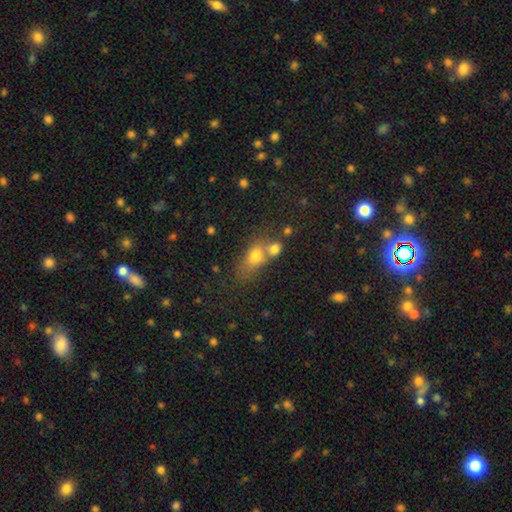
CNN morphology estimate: This is likely a smooth galaxy (73%). How rounded: likely in between (67%). Merging: possibly merger (47%).